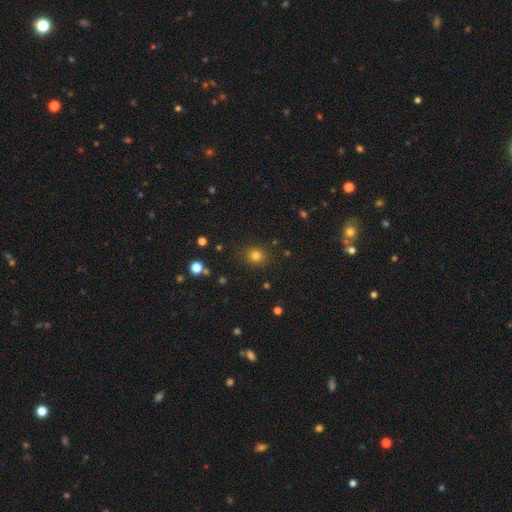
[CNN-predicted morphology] Q: Smooth or featured?
A: smooth (78%); runner-up: star or artifact (16%)
Q: How rounded?
A: round (83%); runner-up: in between (16%)
Q: Merging?
A: none (88%); runner-up: minor disturbance (7%)